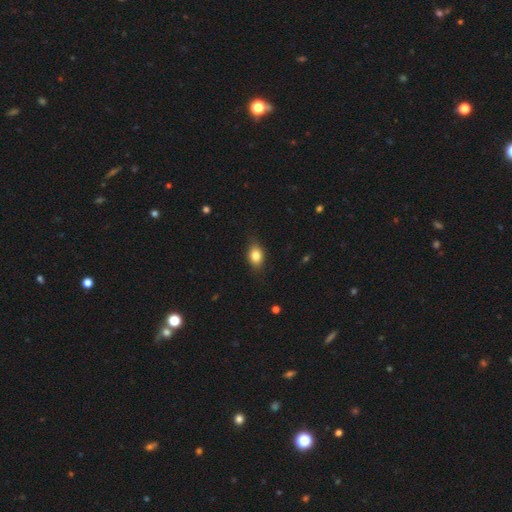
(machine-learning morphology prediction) Smooth or featured? smooth (81%)
How rounded? in between (74%)
Merging? none (79%)